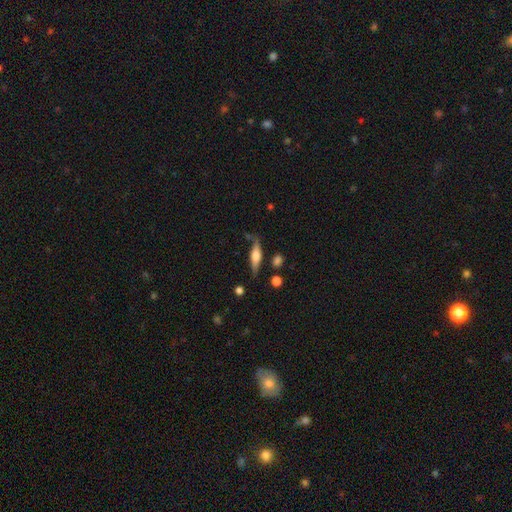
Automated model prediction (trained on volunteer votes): Smooth or featured: featured or disk — 57% (smooth — 36%)
Edge-on disk: yes — 94% (no — 6%)
Edge-on bulge: rounded — 82% (boxy — 14%)
Merging: none — 76% (minor disturbance — 16%)